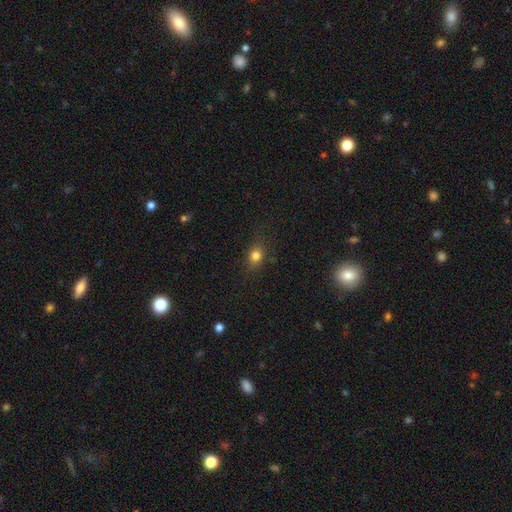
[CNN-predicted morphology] Overall: smooth (79%). How rounded: round (51%; in between 47%). Merging: none (80%).